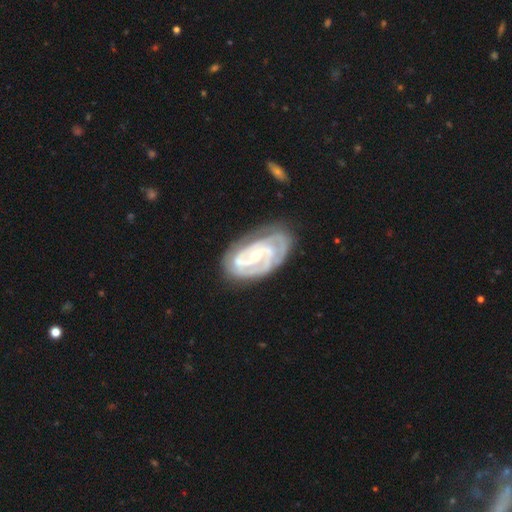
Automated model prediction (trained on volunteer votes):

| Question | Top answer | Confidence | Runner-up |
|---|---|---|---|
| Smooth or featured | featured or disk | 89% | smooth (7%) |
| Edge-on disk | no | 97% | yes (3%) |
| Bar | weak | 39% | no (36%) |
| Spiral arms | yes | 96% | no (4%) |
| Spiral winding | tight | 72% | medium (24%) |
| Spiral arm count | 2 | 52% | can't tell (18%) |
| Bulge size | small | 56% | moderate (40%) |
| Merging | none | 71% | minor disturbance (20%) |